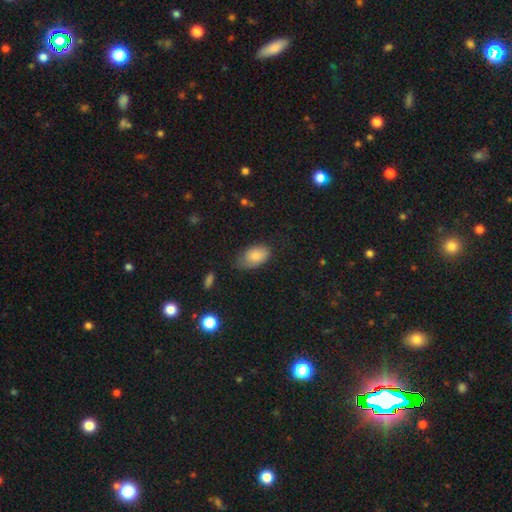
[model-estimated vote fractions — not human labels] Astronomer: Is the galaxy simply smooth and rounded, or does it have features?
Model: smooth — 82%.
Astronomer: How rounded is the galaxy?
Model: in between — 92%.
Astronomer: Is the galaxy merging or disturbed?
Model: none — 57%.